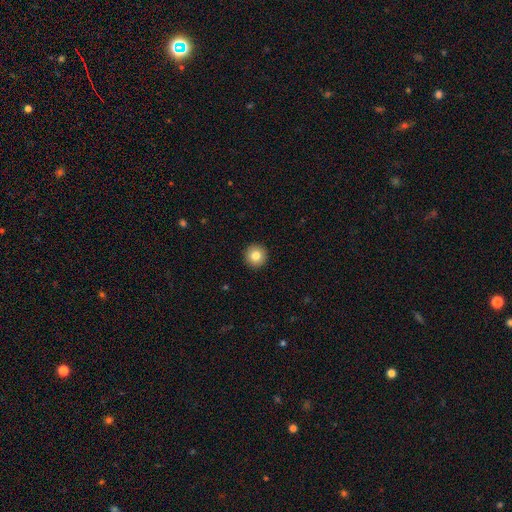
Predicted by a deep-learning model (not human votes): Smooth or featured: smooth — 82% (star or artifact — 10%)
How rounded: round — 96% (in between — 3%)
Merging: none — 94% (minor disturbance — 4%)